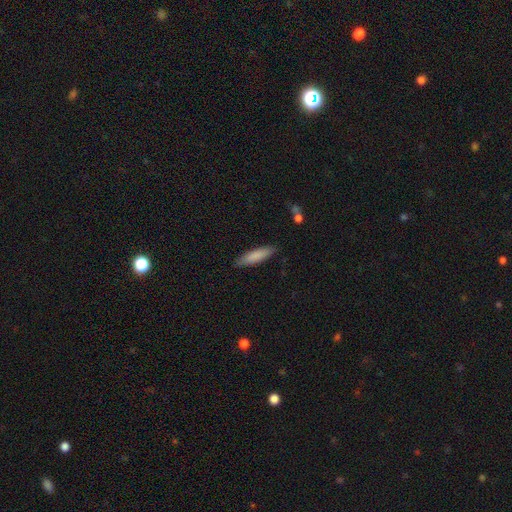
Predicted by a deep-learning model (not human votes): A smooth galaxy with no disk features (83%) that is cigar-shaped (72%). Merging: none (86%).